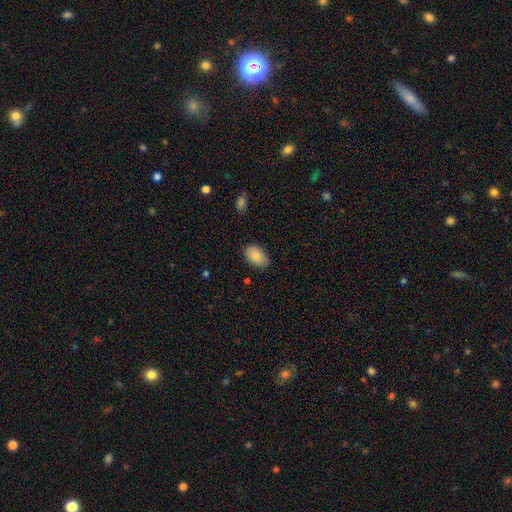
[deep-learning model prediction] A smooth galaxy with no disk features (86%) that is in between round and cigar-shaped (91%).

Vote fractions:
- Smooth or featured? smooth: 86% / featured or disk: 8% / star or artifact: 7%
- How rounded? in between: 91% / round: 7% / cigar-shaped: 1%
- Merging? none: 81% / minor disturbance: 15% / major disturbance: 3% / merger: 1%